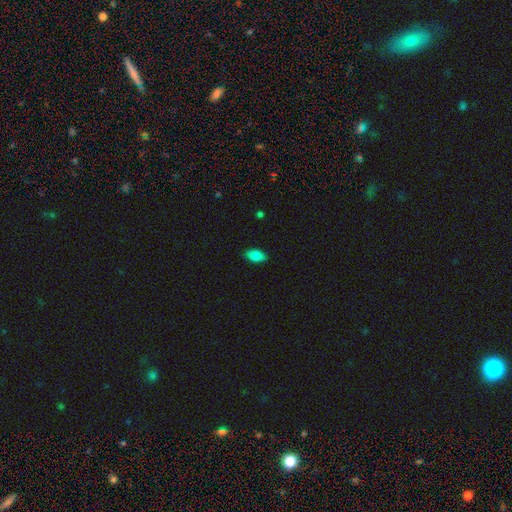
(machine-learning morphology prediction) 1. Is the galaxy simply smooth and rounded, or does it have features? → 84% smooth, 8% featured or disk, 8% star or artifact.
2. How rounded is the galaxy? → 91% in between, 5% cigar-shaped, 4% round.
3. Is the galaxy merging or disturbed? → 88% none, 9% minor disturbance, 2% major disturbance, 1% merger.